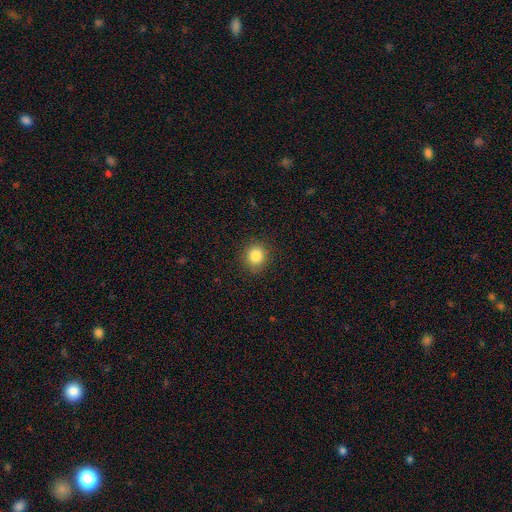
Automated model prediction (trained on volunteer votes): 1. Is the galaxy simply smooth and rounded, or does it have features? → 85% smooth, 11% star or artifact, 5% featured or disk.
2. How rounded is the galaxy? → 82% round, 17% in between, 1% cigar-shaped.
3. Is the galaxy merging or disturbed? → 88% none, 8% minor disturbance, 3% major disturbance, 1% merger.